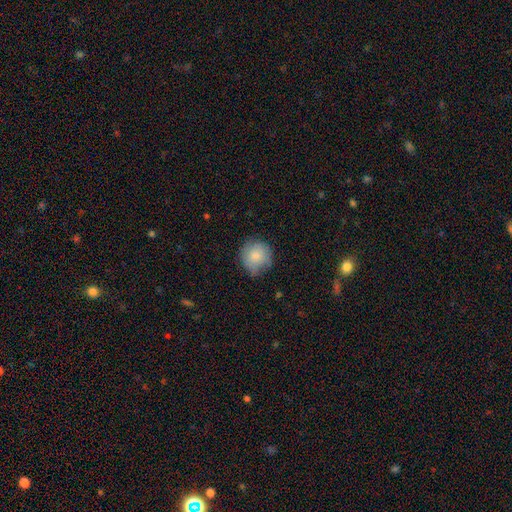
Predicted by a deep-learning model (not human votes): Overall: smooth (79%). How rounded: round (89%). Merging: none (69%).